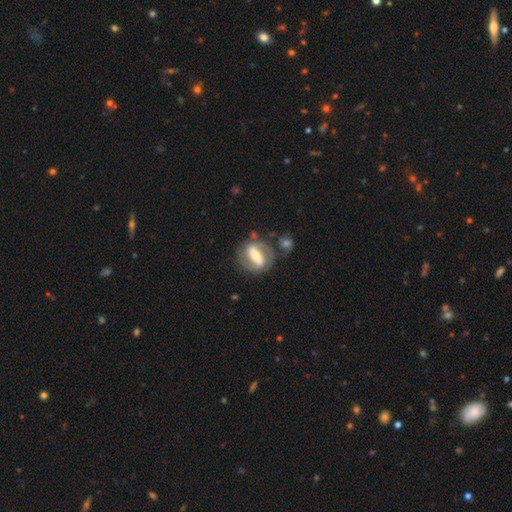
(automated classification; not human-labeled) A featured or disk galaxy (73%) with a strong bar (64%), 2 (83%) medium (44%) spiral arms (74%) and a moderate central bulge (57%).

Vote fractions:
- Smooth or featured? featured or disk: 73% / smooth: 21% / star or artifact: 6%
- Edge-on disk? no: 93% / yes: 7%
- Bar? strong: 64% / weak: 23% / no: 12%
- Spiral arms? yes: 74% / no: 26%
- Spiral winding? medium: 44% / tight: 36% / loose: 20%
- Spiral arm count? 2: 83% / can't tell: 10% / 1: 4% / 3: 1% / 4: 1% / more than 4: 1%
- Bulge size? moderate: 57% / small: 30% / large: 10% / dominant: 2% / none: 2%
- Merging? none: 66% / minor disturbance: 15% / merger: 10% / major disturbance: 8%